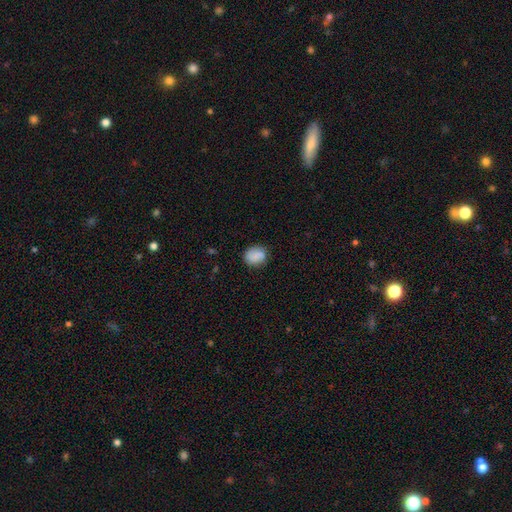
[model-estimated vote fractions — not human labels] This appears to be a smooth galaxy with no disk features (79%) that is round (58%). Merging: none (70%).